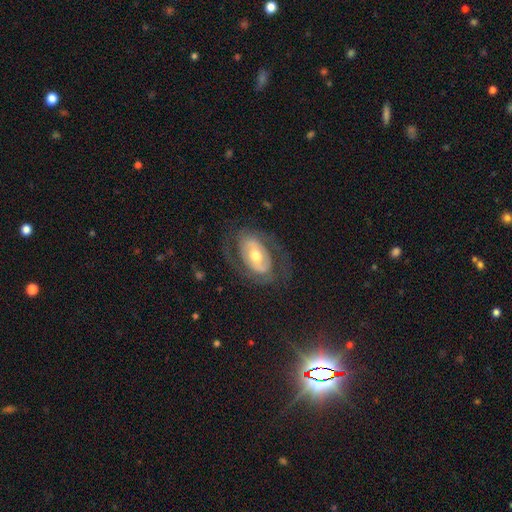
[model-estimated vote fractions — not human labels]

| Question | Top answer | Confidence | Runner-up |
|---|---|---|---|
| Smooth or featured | featured or disk | 71% | smooth (22%) |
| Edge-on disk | no | 94% | yes (6%) |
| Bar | no | 46% | weak (32%) |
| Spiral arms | yes | 60% | no (40%) |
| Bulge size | moderate | 70% | small (19%) |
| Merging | none | 70% | minor disturbance (15%) |